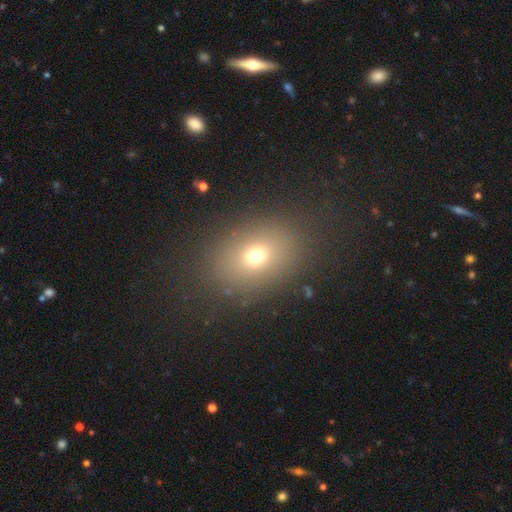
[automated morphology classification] A smooth galaxy with no disk features (69%) that is in between round and cigar-shaped (62%). Merging: none (83%).